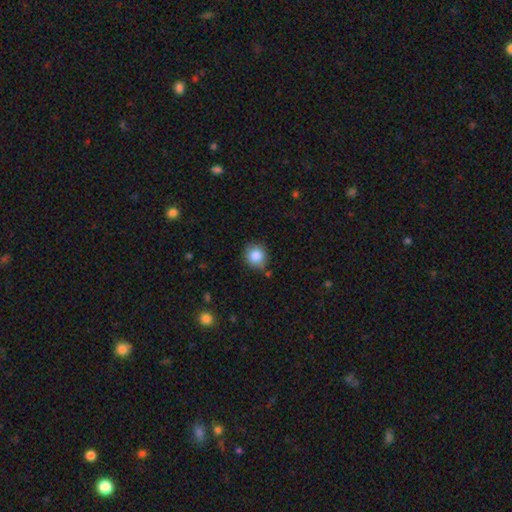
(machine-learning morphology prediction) Smooth or featured?
  - smooth: 86% *
  - star or artifact: 9%
  - featured or disk: 5%
How rounded?
  - round: 86% *
  - in between: 13%
  - cigar-shaped: 1%
Merging?
  - none: 79% *
  - minor disturbance: 15%
  - merger: 3%
  - major disturbance: 3%